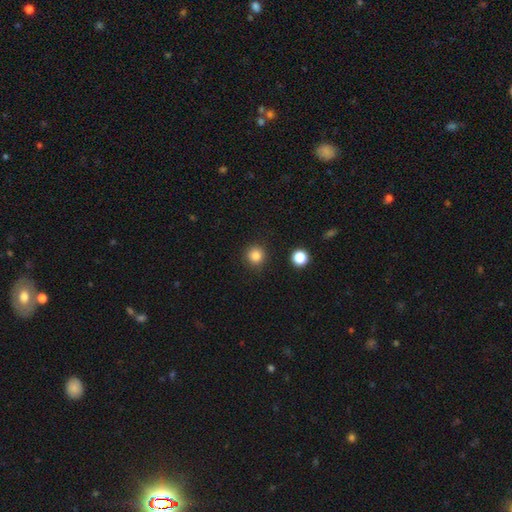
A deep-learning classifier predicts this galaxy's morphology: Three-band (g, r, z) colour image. It shows a smooth galaxy with no disk features (83%) that is round (95%). Merging: none (90%).